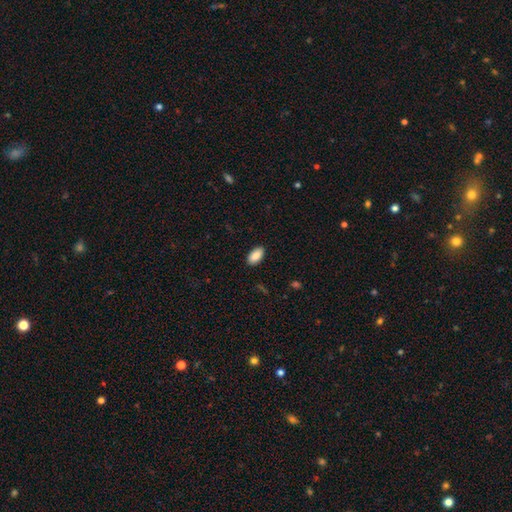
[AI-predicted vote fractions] smooth-or-featured: smooth: 87% | star or artifact: 7% | featured or disk: 6%
  how-rounded: in between: 94% | cigar-shaped: 3% | round: 3%
  merging: none: 89% | minor disturbance: 8% | major disturbance: 2% | merger: 1%